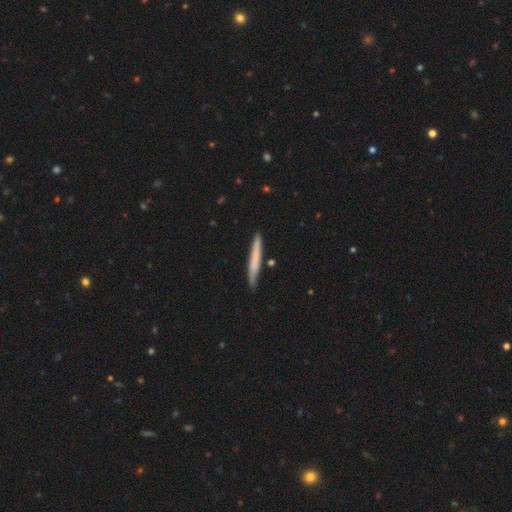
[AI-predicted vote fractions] Q: Smooth or featured?
A: smooth (63%); runner-up: featured or disk (31%)
Q: How rounded?
A: cigar-shaped (96%); runner-up: in between (2%)
Q: Merging?
A: none (85%); runner-up: minor disturbance (11%)